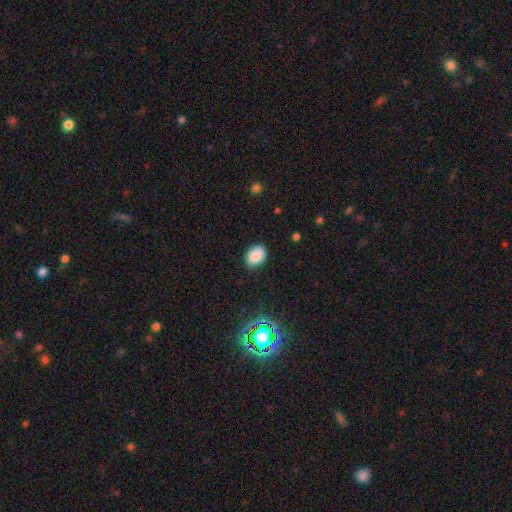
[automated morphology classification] Smooth or featured?
  - smooth: 87% *
  - star or artifact: 9%
  - featured or disk: 4%
How rounded?
  - in between: 67% *
  - round: 32%
  - cigar-shaped: 1%
Merging?
  - none: 81% *
  - minor disturbance: 15%
  - major disturbance: 3%
  - merger: 1%